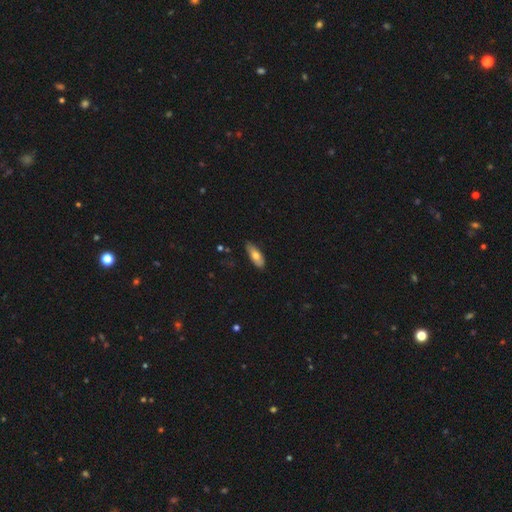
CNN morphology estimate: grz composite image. It shows a smooth galaxy with no disk features (67%) that is in between round and cigar-shaped (71%). Merging: none (81%).